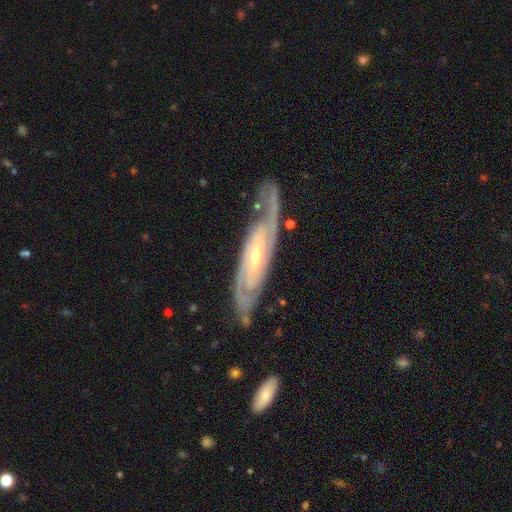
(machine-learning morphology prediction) type=featured or disk (89%); edge-on=no (85%); bar=weak (39%); spiral arms=yes (97%); winding=tight (59%); arm count=2 (70%); bulge=small (64%); merging=none (75%).